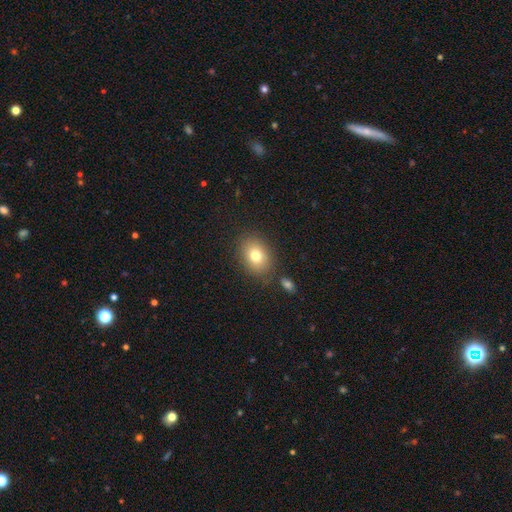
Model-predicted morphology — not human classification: Q: Smooth or featured?
A: smooth (79%); runner-up: featured or disk (11%)
Q: How rounded?
A: in between (64%); runner-up: round (35%)
Q: Merging?
A: none (82%); runner-up: minor disturbance (11%)